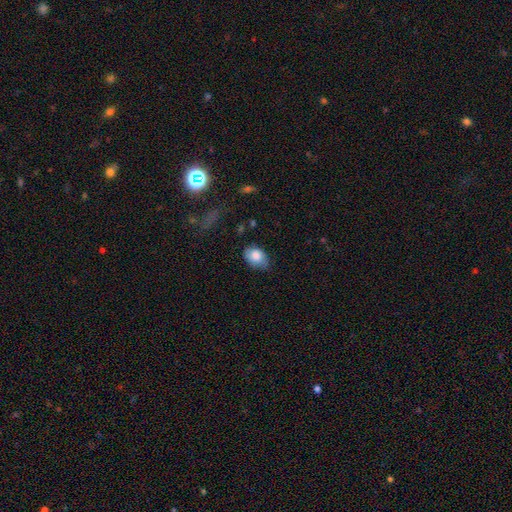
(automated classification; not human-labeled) Smooth or featured? Predicted: smooth (p=0.81). How rounded? Predicted: in between (p=0.82). Merging? Predicted: none (p=0.67).